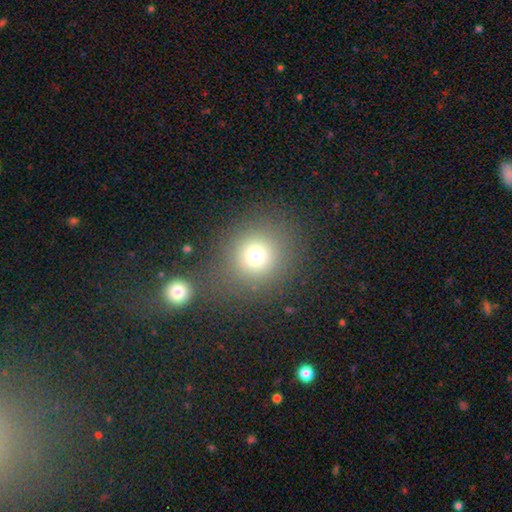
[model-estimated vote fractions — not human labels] Overall: smooth (75%). How rounded: round (84%). Merging: none (72%).